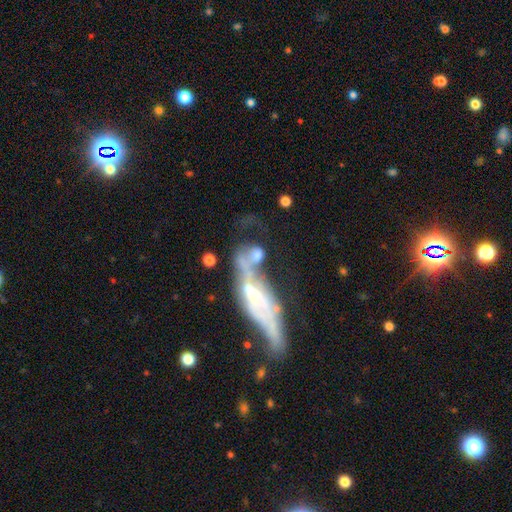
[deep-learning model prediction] This is possibly a featured or disk galaxy (50%). It is likely not viewed edge-on (79%). Merging: possibly merger (49%).